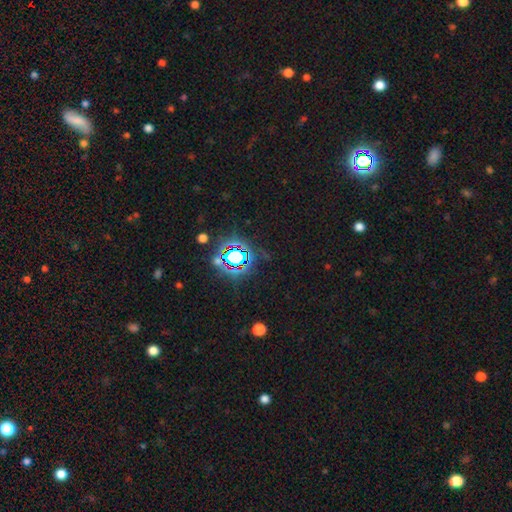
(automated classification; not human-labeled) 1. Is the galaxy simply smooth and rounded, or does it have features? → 81% star or artifact, 12% smooth, 7% featured or disk.